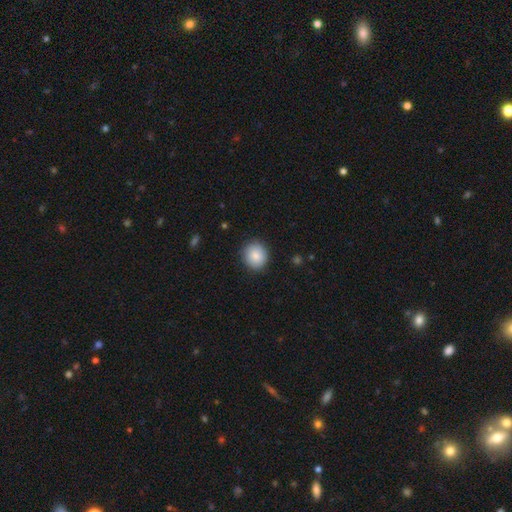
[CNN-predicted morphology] Smooth or featured? Predicted: smooth (p=0.85). How rounded? Predicted: round (p=0.86). Merging? Predicted: none (p=0.88).